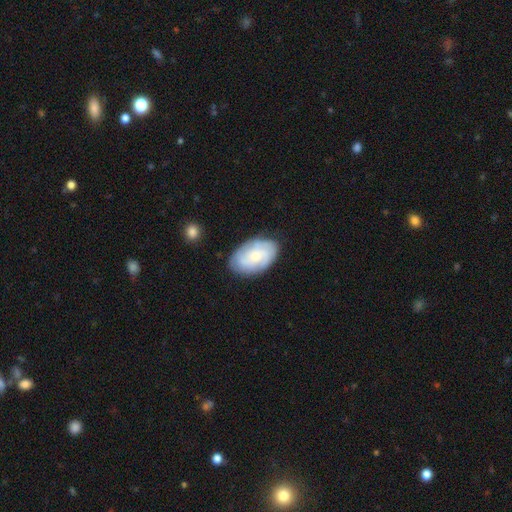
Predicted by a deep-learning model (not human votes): The model was most divided on "bulge size": small: 51%, moderate: 39%, none: 4%, large: 4%, dominant: 1%. Remaining: edge-on disk — no (96%); spiral arms — yes (88%); merging — none (79%); bar — no (72%); smooth or featured — featured or disk (59%); spiral winding — tight (57%); spiral arm count — can't tell (40%).